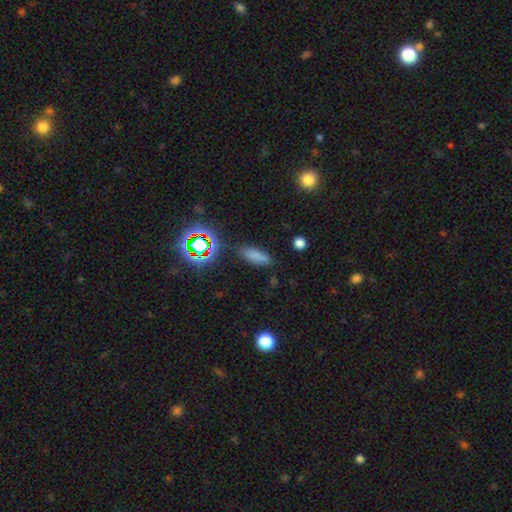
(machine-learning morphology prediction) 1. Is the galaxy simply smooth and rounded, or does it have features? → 73% smooth, 18% star or artifact, 9% featured or disk.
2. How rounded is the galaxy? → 57% in between, 39% cigar-shaped, 4% round.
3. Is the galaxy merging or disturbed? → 79% none, 14% minor disturbance, 4% major disturbance, 3% merger.